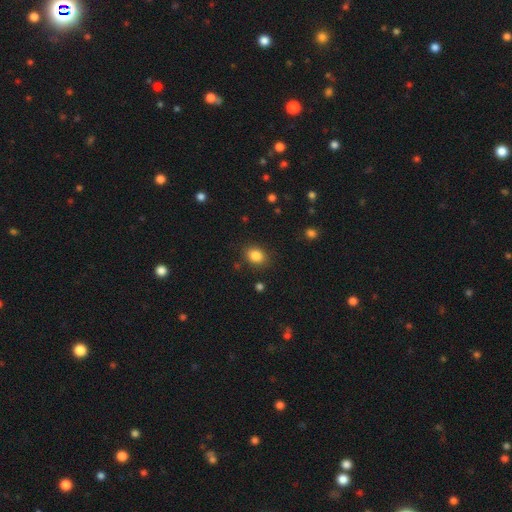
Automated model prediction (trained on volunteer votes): smooth_or_featured: smooth (p=0.84) [alt: star or artifact p=0.10]
how_rounded: in between (p=0.55) [alt: round p=0.44]
merging: none (p=0.85) [alt: minor disturbance p=0.10]